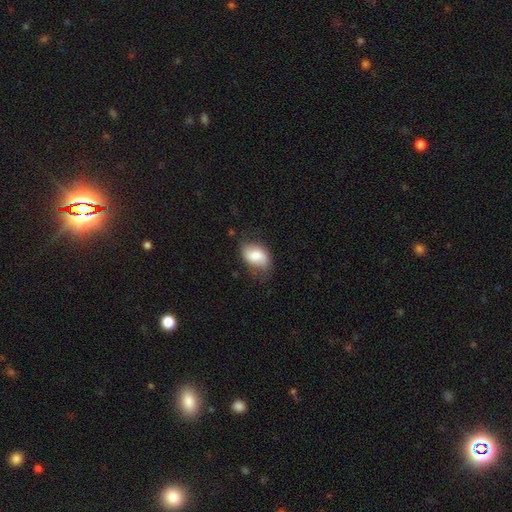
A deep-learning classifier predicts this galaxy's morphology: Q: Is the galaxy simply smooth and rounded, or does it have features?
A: smooth — 69%.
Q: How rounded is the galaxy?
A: in between — 87%.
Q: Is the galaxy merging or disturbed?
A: none — 60%.